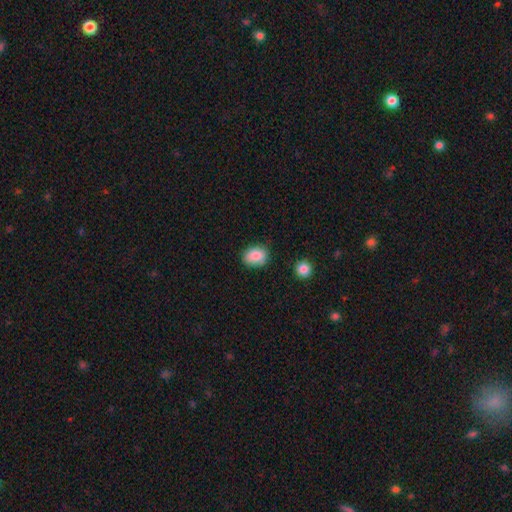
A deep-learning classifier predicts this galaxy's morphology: type=smooth (87%); roundness=in between (66%); merging=none (76%).